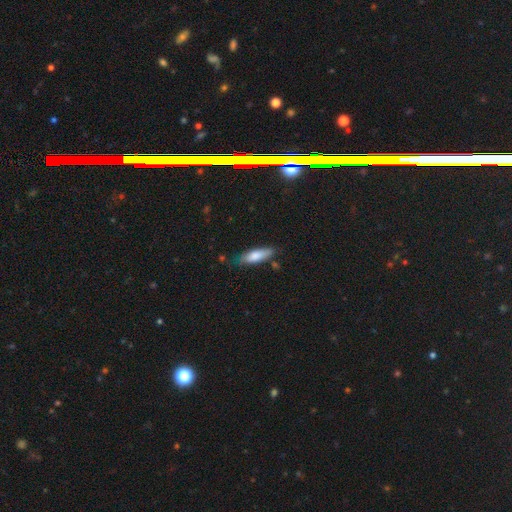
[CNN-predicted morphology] smooth_or_featured: smooth (p=0.80) [alt: featured or disk p=0.15]
how_rounded: in between (p=0.50) [alt: cigar-shaped p=0.48]
merging: none (p=0.71) [alt: minor disturbance p=0.22]